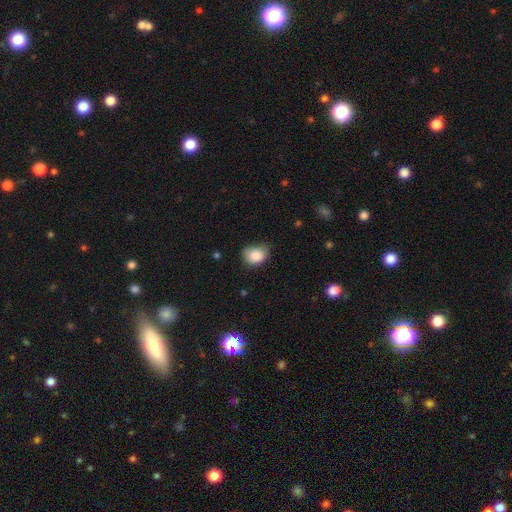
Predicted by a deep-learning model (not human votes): smooth 85%, star or artifact 9%, featured or disk 7%. Down the decision tree: how rounded — in between (51%); merging — none (60%).